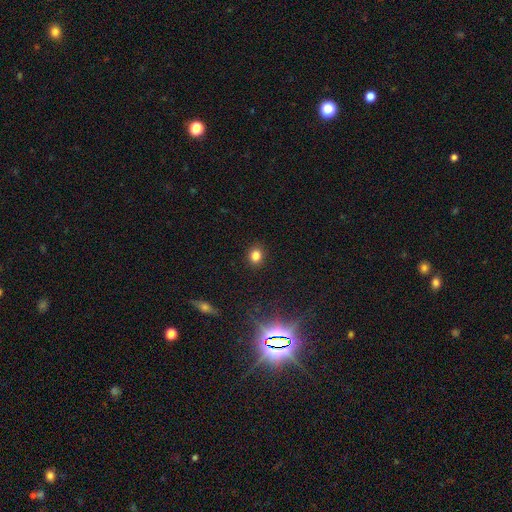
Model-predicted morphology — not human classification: Smooth or featured?
  - smooth: 82% *
  - star or artifact: 13%
  - featured or disk: 5%
How rounded?
  - round: 70% *
  - in between: 29%
  - cigar-shaped: 1%
Merging?
  - none: 90% *
  - minor disturbance: 7%
  - major disturbance: 2%
  - merger: 1%